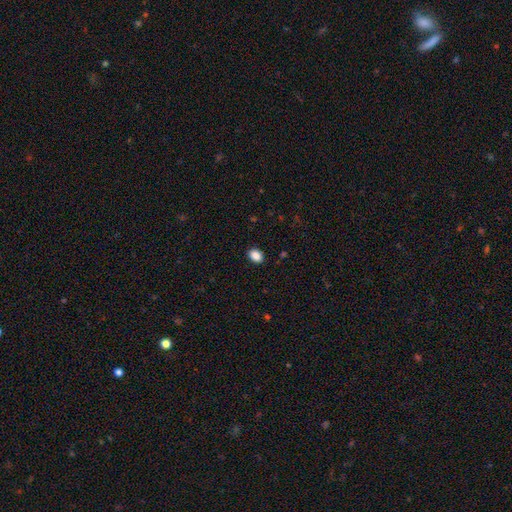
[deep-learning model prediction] Smooth or featured? Predicted: smooth (p=0.88). How rounded? Predicted: in between (p=0.74). Merging? Predicted: none (p=0.90).